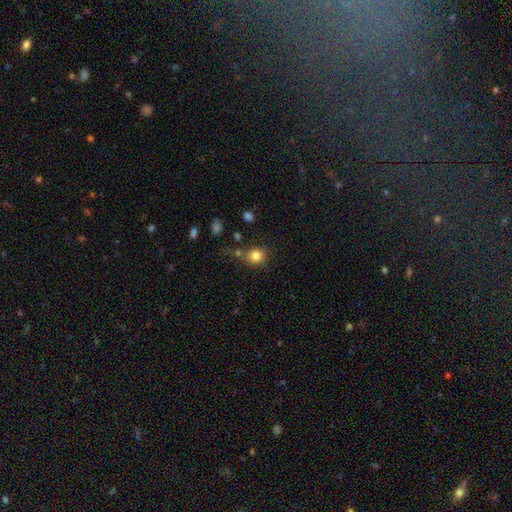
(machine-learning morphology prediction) This is clearly a smooth galaxy (83%). How rounded: likely round (78%). Merging: likely none (68%).